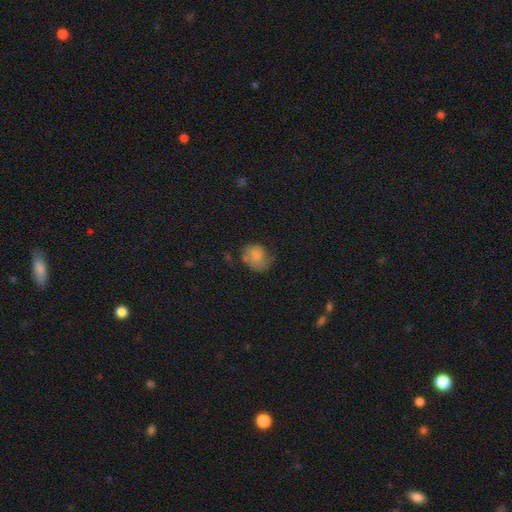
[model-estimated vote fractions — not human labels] smooth-or-featured: smooth: 59% | featured or disk: 30% | star or artifact: 11%
  how-rounded: round: 59% | in between: 40% | cigar-shaped: 1%
  merging: none: 40% | minor disturbance: 30% | major disturbance: 26% | merger: 4%